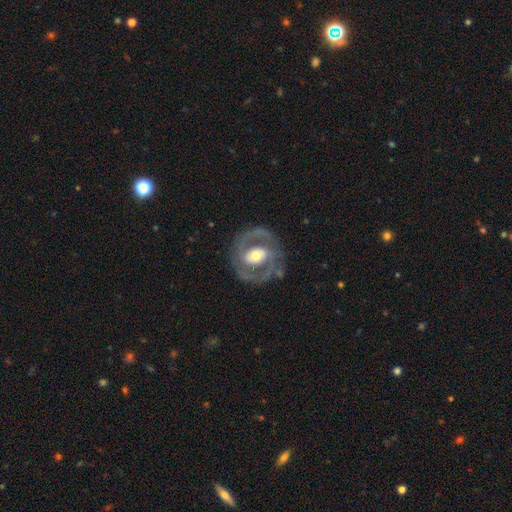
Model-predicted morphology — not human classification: This appears to be a featured or disk galaxy (79%) with no bar (46%), 2 (83%) medium (46%) spiral arms (75%) and a moderate central bulge (63%). Merging: none (77%).